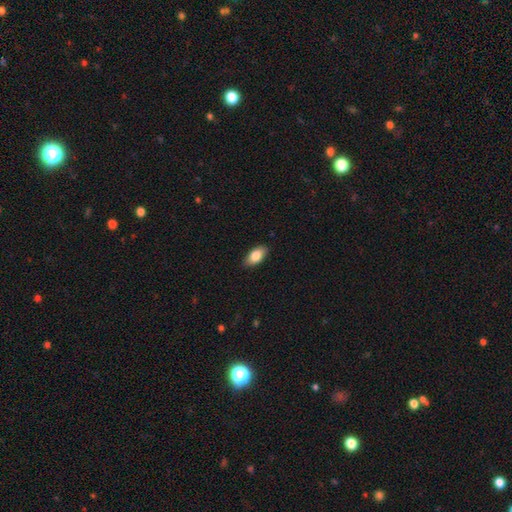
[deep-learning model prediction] Smooth or featured? smooth (84%)
How rounded? in between (91%)
Merging? none (87%)